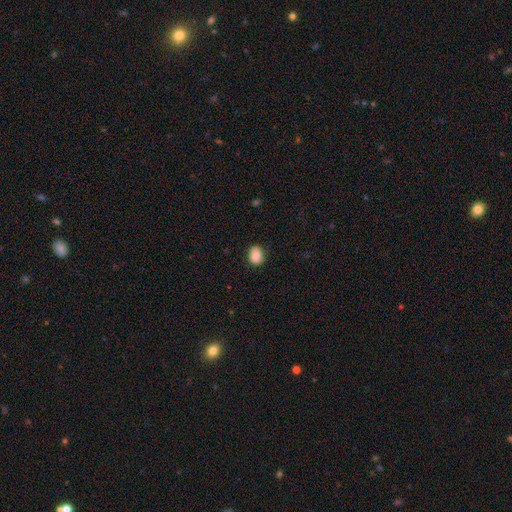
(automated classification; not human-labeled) Smooth or featured? smooth (86%)
How rounded? in between (58%)
Merging? none (84%)